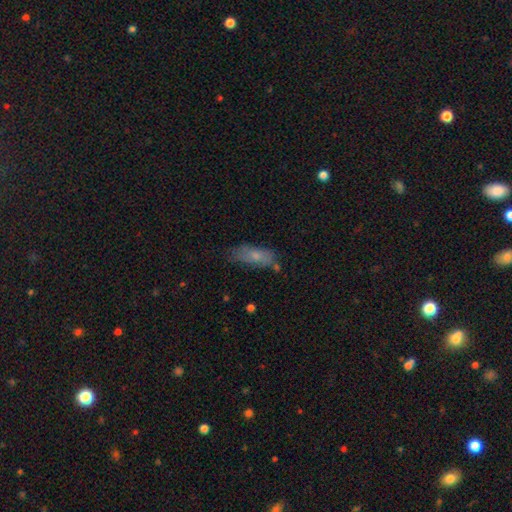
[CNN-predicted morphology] type=smooth (69%); roundness=in between (70%); merging=none (54%).